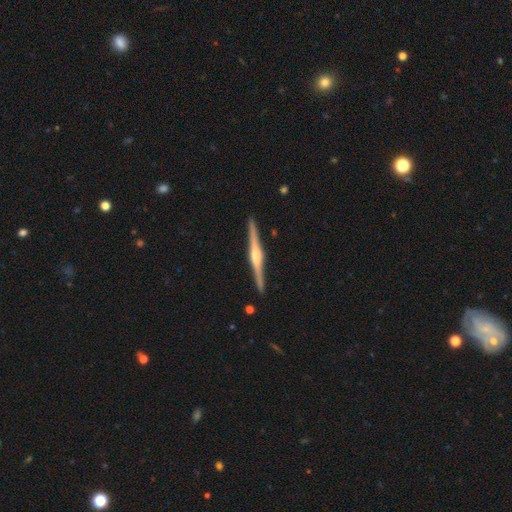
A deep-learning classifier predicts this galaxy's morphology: This appears to be a featured or disk galaxy (81%) viewed edge-on (98%) with a rounded central bulge (69%). Merging: none (91%).